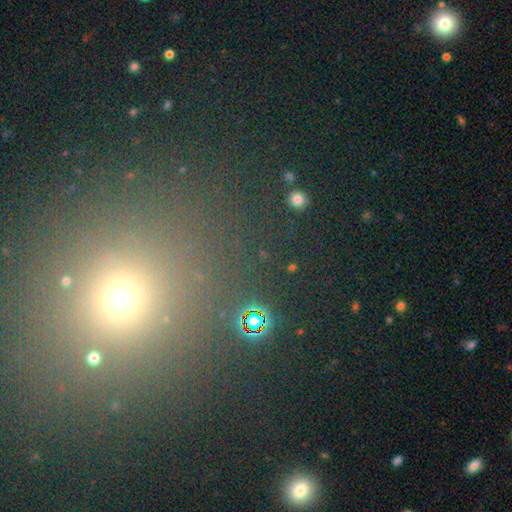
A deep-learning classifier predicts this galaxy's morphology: Overall: star or artifact (47%; smooth 46%).